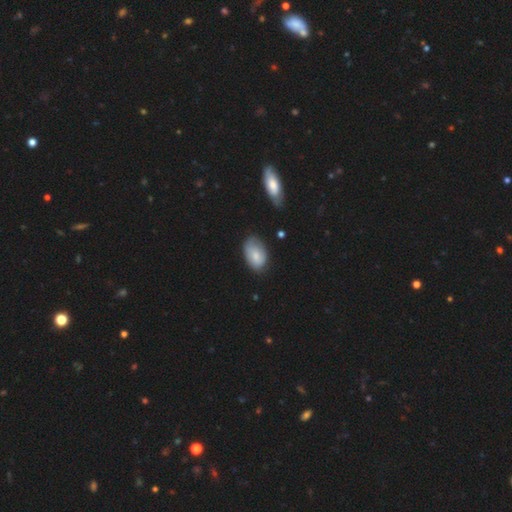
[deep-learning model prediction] A smooth galaxy with no disk features (76%) that is in between round and cigar-shaped (90%). Merging: none (58%).